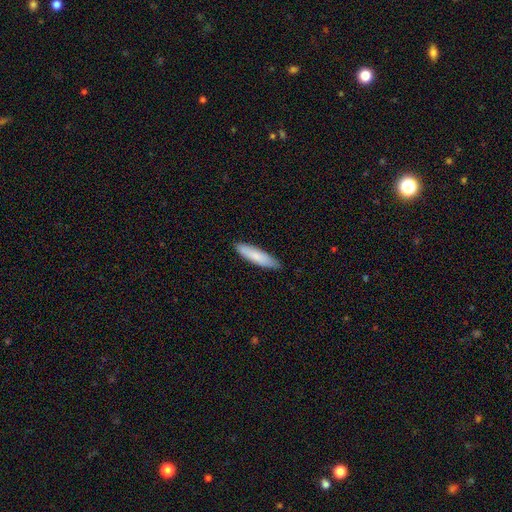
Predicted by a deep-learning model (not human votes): Morphology: type=smooth (81%); roundness=cigar-shaped (78%); merging=none (87%).